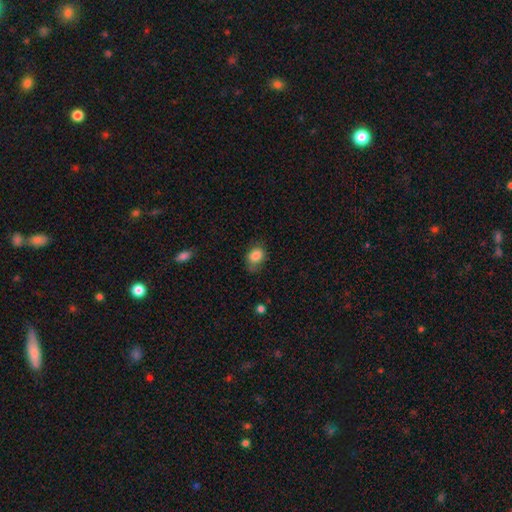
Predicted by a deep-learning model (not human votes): Q: Smooth or featured?
A: smooth (85%); runner-up: star or artifact (9%)
Q: How rounded?
A: in between (55%); runner-up: round (43%)
Q: Merging?
A: none (58%); runner-up: minor disturbance (30%)